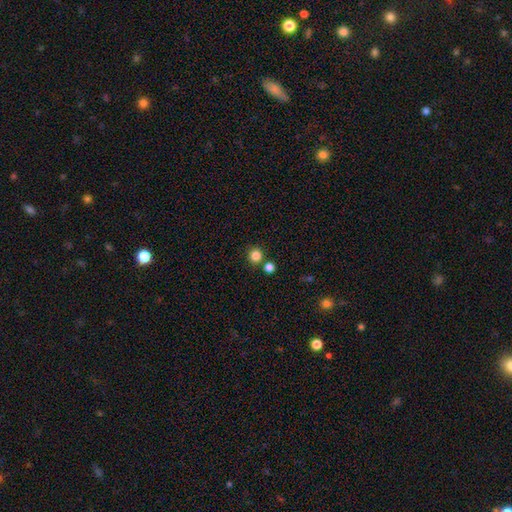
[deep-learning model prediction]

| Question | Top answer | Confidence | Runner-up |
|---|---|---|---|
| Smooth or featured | smooth | 83% | star or artifact (13%) |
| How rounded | round | 93% | in between (6%) |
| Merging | none | 79% | merger (12%) |